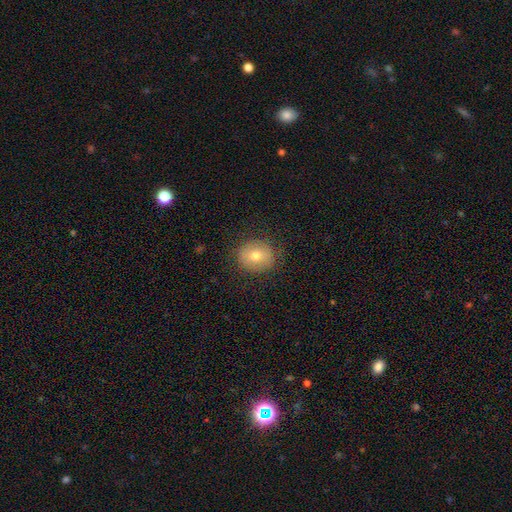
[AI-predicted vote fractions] A smooth galaxy with no disk features (70%) that is round (72%).

Vote fractions:
- Smooth or featured? smooth: 70% / featured or disk: 20% / star or artifact: 10%
- How rounded? round: 72% / in between: 27% / cigar-shaped: 1%
- Merging? none: 84% / minor disturbance: 11% / major disturbance: 4% / merger: 1%